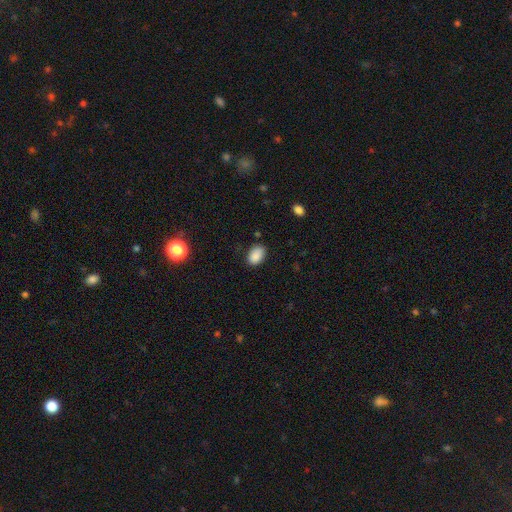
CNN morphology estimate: Smooth or featured? smooth (88%)
How rounded? in between (87%)
Merging? none (80%)